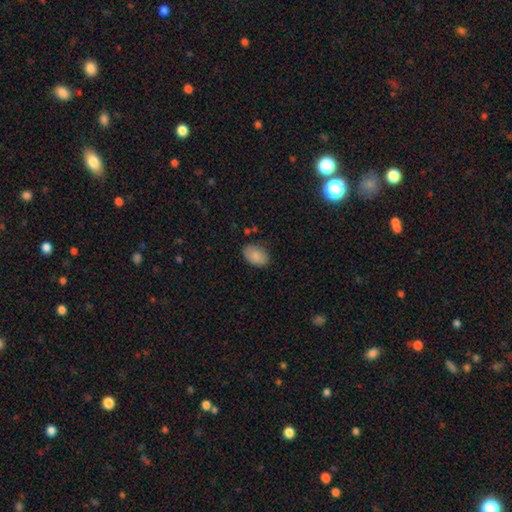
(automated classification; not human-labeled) smooth-or-featured: smooth: 87% | star or artifact: 7% | featured or disk: 6%
  how-rounded: in between: 87% | round: 12% | cigar-shaped: 1%
  merging: none: 81% | minor disturbance: 15% | major disturbance: 3% | merger: 2%